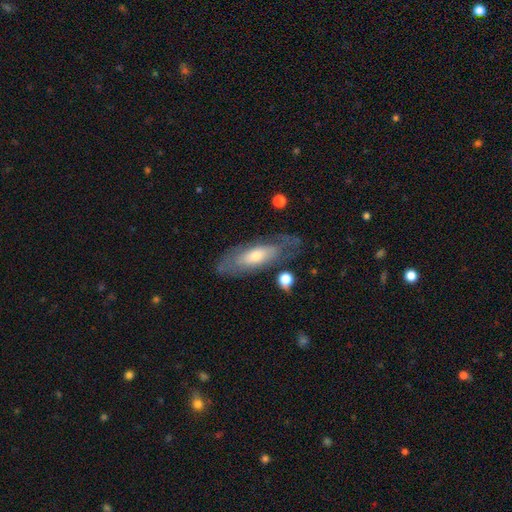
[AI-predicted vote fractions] A featured or disk galaxy (52%). Merging: none (68%).